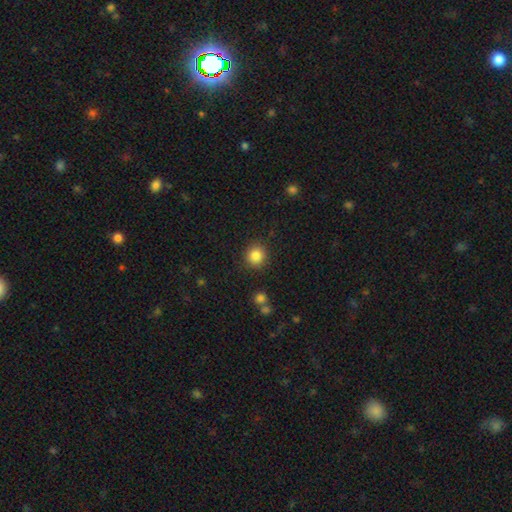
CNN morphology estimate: A smooth galaxy with no disk features (85%) that is round (91%). Merging: none (88%).